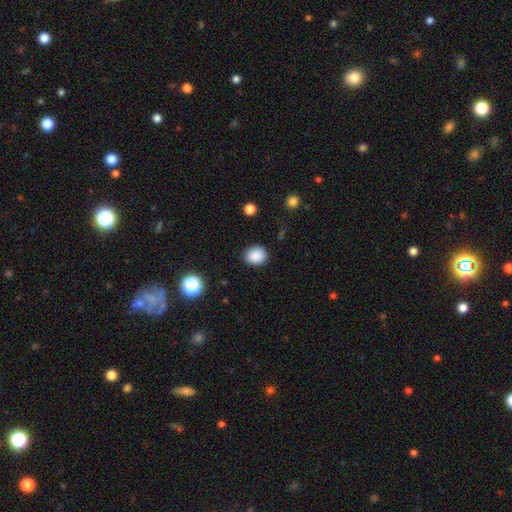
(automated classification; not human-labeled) Smooth or featured? Predicted: smooth (p=0.88). How rounded? Predicted: round (p=0.68). Merging? Predicted: none (p=0.88).